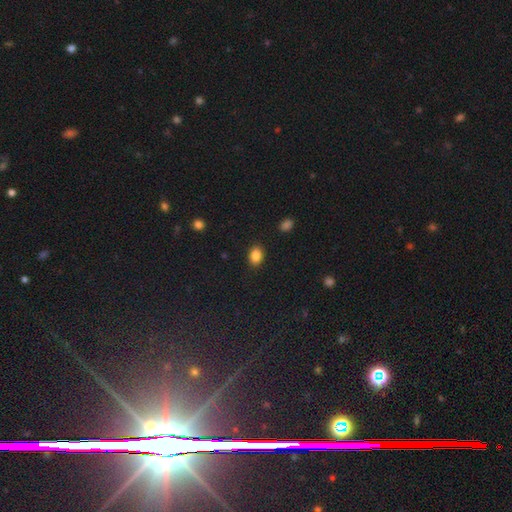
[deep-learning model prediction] A smooth galaxy with no disk features (86%) that is in between round and cigar-shaped (68%). Merging: none (88%).